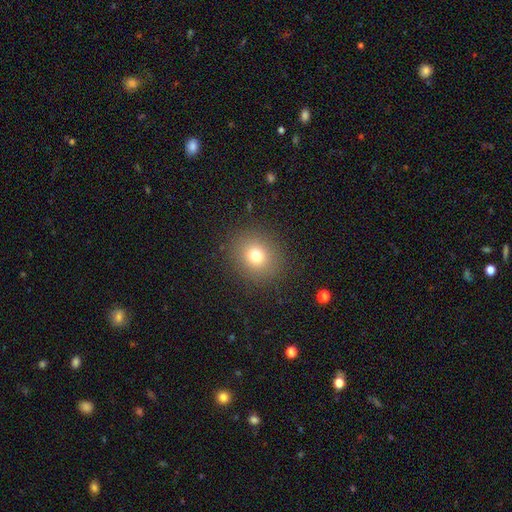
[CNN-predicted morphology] Smooth or featured: smooth — 75% (star or artifact — 15%)
How rounded: round — 78% (in between — 21%)
Merging: none — 88% (minor disturbance — 7%)